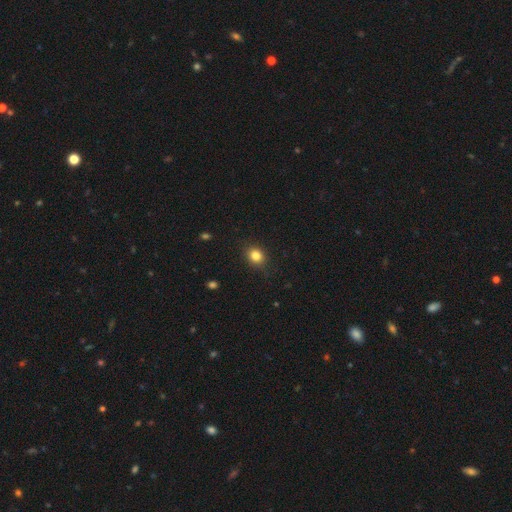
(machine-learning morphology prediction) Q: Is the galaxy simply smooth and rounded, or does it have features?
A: smooth — 83%.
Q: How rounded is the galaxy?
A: round — 63%.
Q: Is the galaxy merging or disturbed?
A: none — 86%.